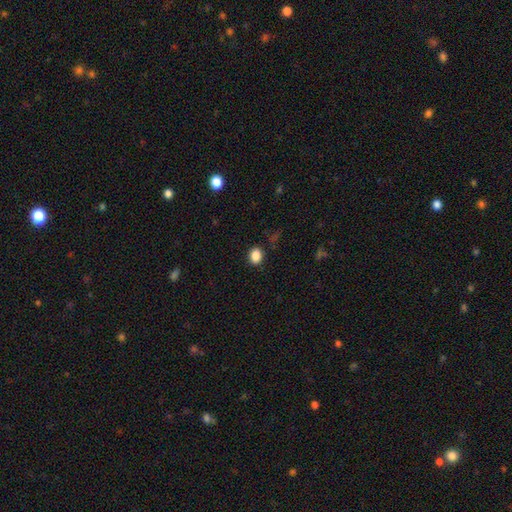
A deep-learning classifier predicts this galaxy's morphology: smooth-or-featured: smooth: 87% | star or artifact: 10% | featured or disk: 3%
  how-rounded: in between: 53% | round: 46% | cigar-shaped: 1%
  merging: none: 88% | minor disturbance: 8% | major disturbance: 2% | merger: 1%